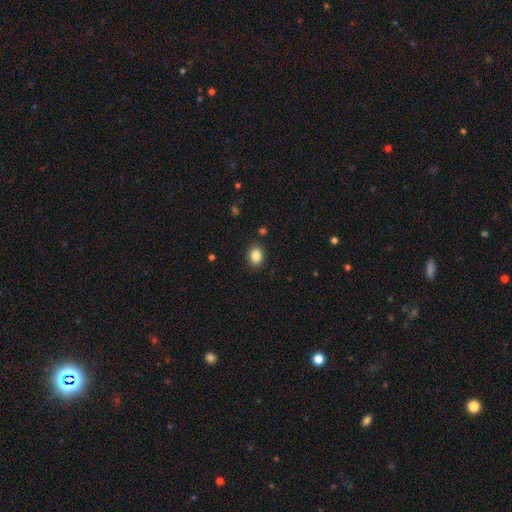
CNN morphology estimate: A smooth galaxy with no disk features (85%) that is round (50%).

Vote fractions:
- Smooth or featured? smooth: 85% / star or artifact: 10% / featured or disk: 5%
- How rounded? round: 50% / in between: 49% / cigar-shaped: 1%
- Merging? none: 88% / minor disturbance: 8% / major disturbance: 2% / merger: 2%